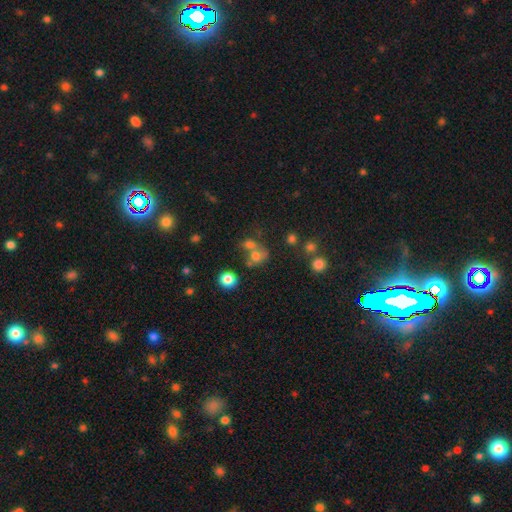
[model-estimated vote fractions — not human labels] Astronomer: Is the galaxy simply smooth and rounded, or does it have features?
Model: smooth — 64%.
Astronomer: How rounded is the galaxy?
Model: round — 61% (runner-up: in between, 38%).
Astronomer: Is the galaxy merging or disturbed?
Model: merger — 49% (runner-up: none, 31%).